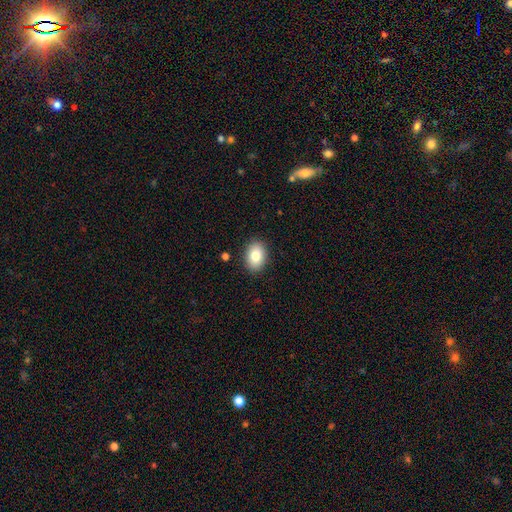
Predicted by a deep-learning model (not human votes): smooth-or-featured: smooth: 83% | featured or disk: 9% | star or artifact: 8%
  how-rounded: in between: 77% | round: 22% | cigar-shaped: 1%
  merging: none: 88% | minor disturbance: 8% | major disturbance: 2% | merger: 1%